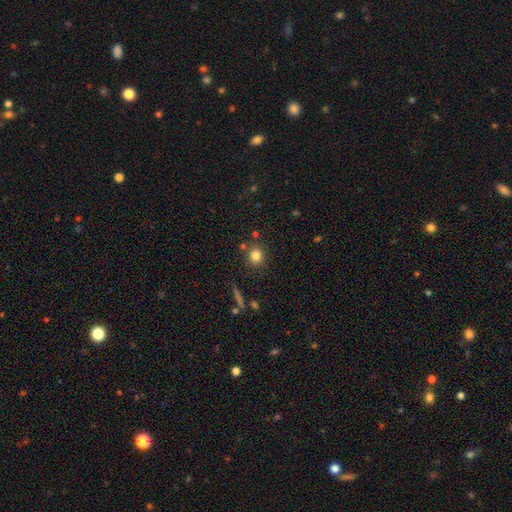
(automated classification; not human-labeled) Smooth or featured? smooth (80%)
How rounded? round (88%)
Merging? none (81%)